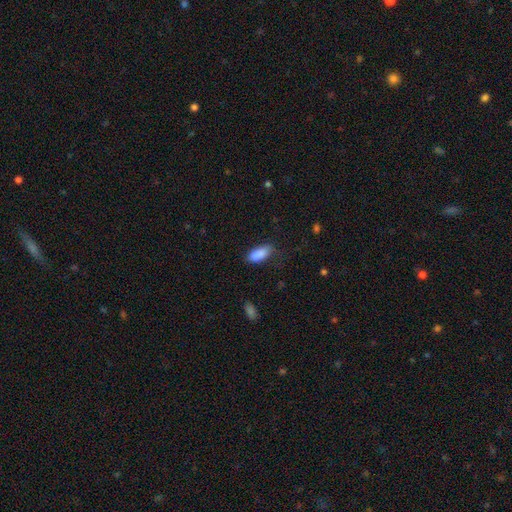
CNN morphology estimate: smooth 84%, star or artifact 8%, featured or disk 8%. Down the decision tree: how rounded — in between (81%); merging — none (56%).